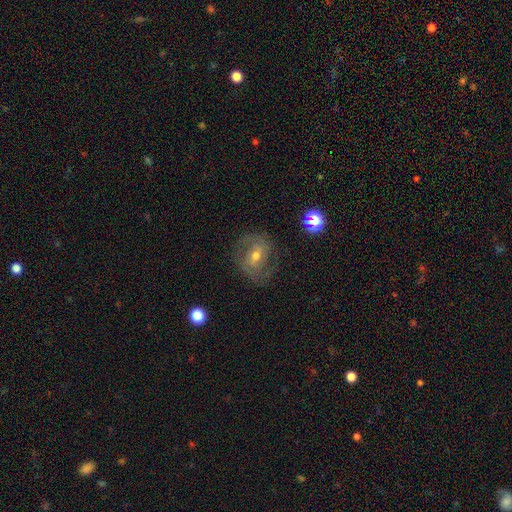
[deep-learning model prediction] Morphology: type=featured or disk (74%); edge-on=no (96%); bar=weak (47%); spiral arms=yes (89%); winding=medium (47%); arm count=2 (76%); bulge=moderate (53%); merging=none (76%).